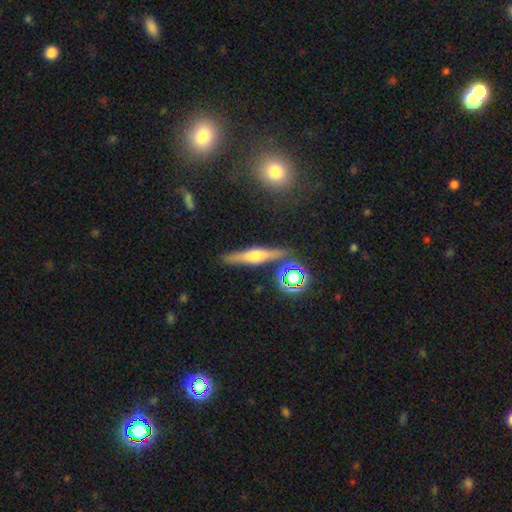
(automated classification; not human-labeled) This is possibly a featured or disk galaxy (60%). It is clearly viewed edge-on (94%). Edge-on bulge: clearly rounded (89%). Merging: clearly none (84%).